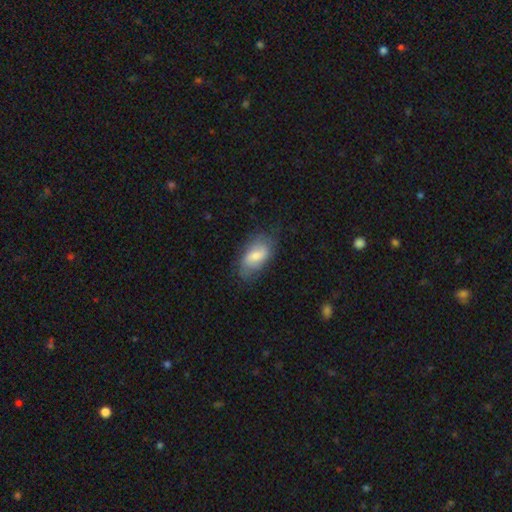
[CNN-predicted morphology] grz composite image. It shows a smooth galaxy with no disk features (57%) that is in between round and cigar-shaped (91%). Merging: none (66%).